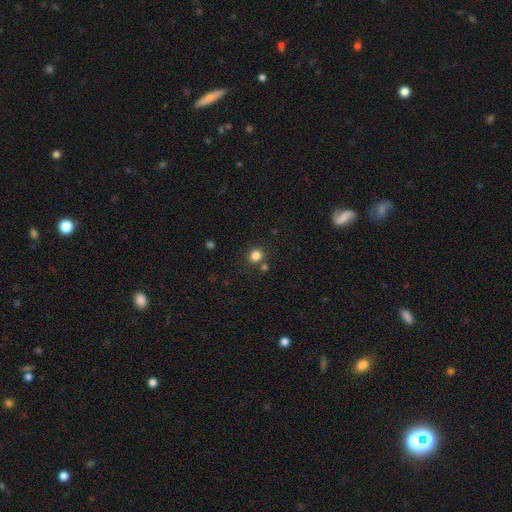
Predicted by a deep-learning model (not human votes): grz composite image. It shows a smooth galaxy with no disk features (82%) that is round (85%). Merging: none (78%).